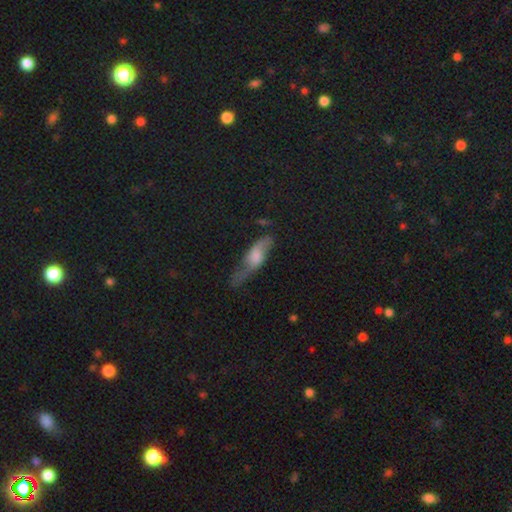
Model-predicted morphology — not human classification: This appears to be a featured or disk galaxy (50%) with not edge-on (50%, tied with yes). Merging: none (53%).